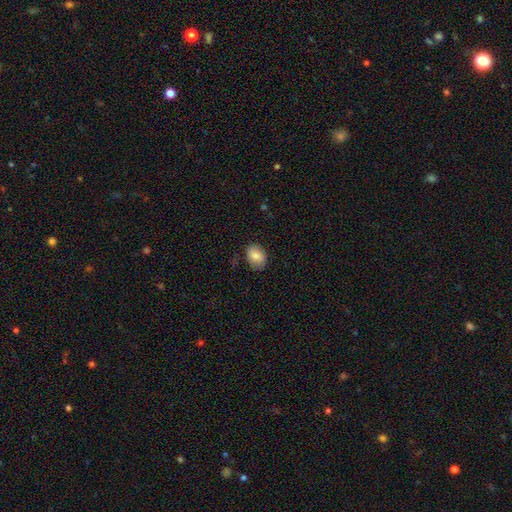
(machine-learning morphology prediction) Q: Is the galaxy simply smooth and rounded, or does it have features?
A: smooth — 83%.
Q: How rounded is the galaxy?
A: in between — 70%.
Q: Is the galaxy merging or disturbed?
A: none — 80%.